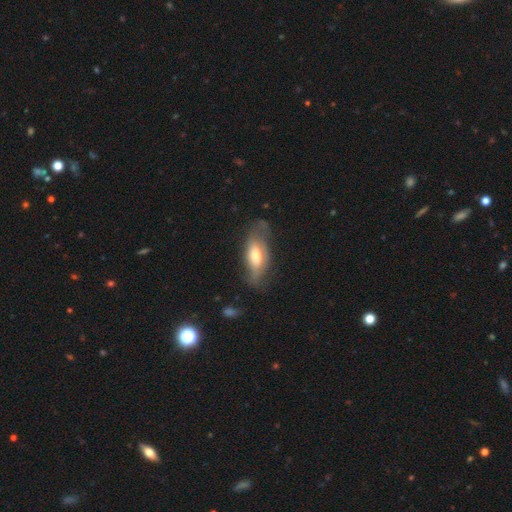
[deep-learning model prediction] Smooth or featured? Predicted: smooth (p=0.55). How rounded? Predicted: in between (p=0.79). Merging? Predicted: none (p=0.48).